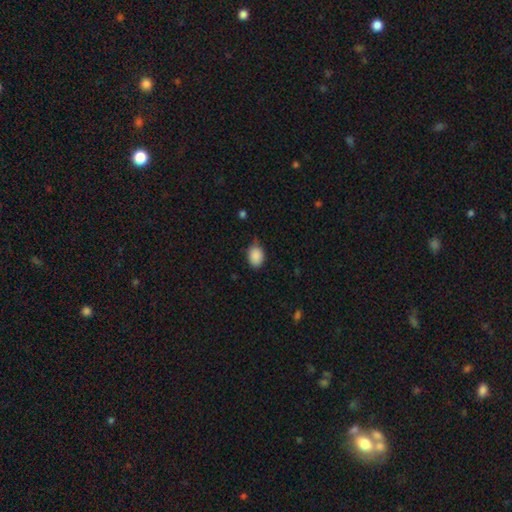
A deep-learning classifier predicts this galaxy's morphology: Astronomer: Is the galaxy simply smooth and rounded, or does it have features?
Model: smooth — 88%.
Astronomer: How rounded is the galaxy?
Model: in between — 67%.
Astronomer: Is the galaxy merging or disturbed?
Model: none — 63%.